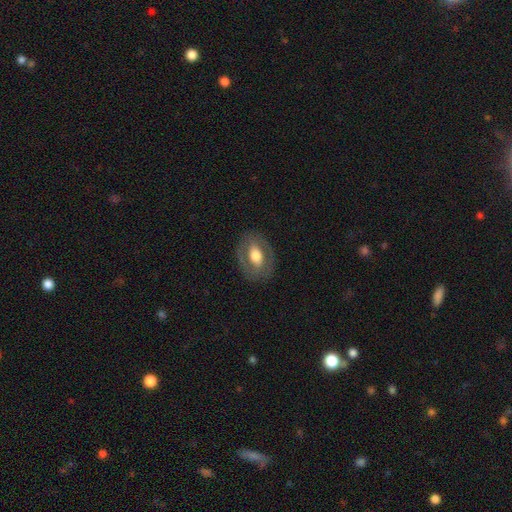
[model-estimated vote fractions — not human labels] Overall: featured or disk (51%; smooth 43%). Edge-on disk: no (90%). Merging: none (80%).